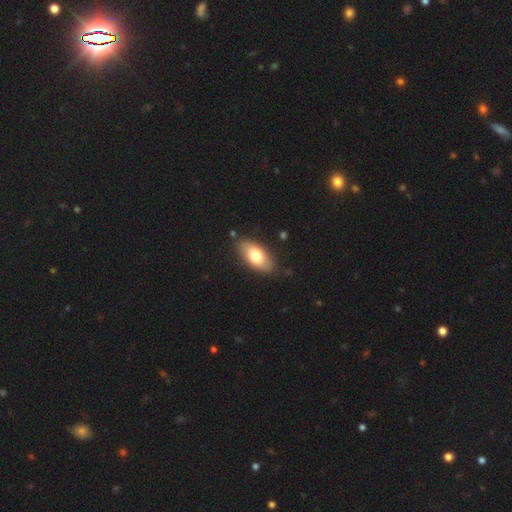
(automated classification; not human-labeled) This is likely a smooth galaxy (75%). How rounded: clearly in between (90%). Merging: clearly none (83%).